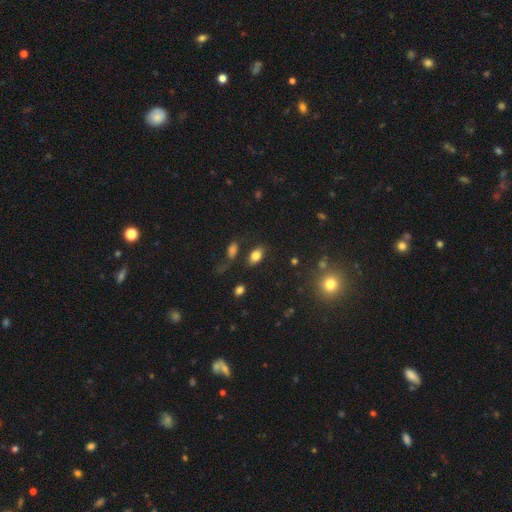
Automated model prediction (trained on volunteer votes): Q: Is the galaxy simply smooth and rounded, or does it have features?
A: smooth — 81%.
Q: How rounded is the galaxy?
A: in between — 90%.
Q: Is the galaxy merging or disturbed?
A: none — 78%.